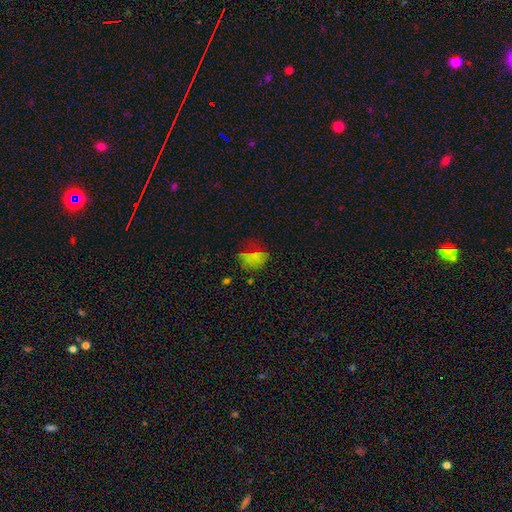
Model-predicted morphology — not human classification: A smooth galaxy with no disk features (57%) that is in between round and cigar-shaped (70%). Merging: none (43%).